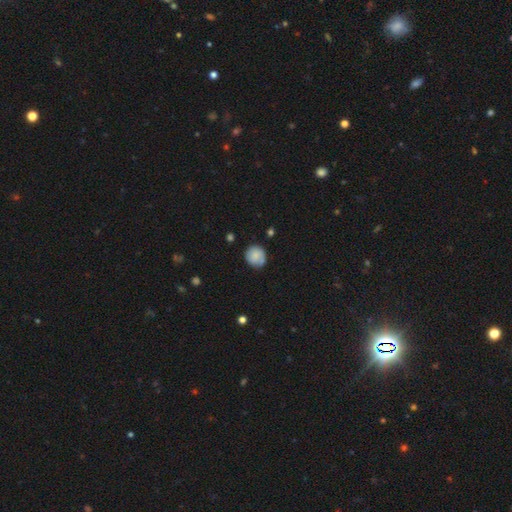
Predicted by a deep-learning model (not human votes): Morphology: type=smooth (77%); roundness=round (88%); merging=none (72%).